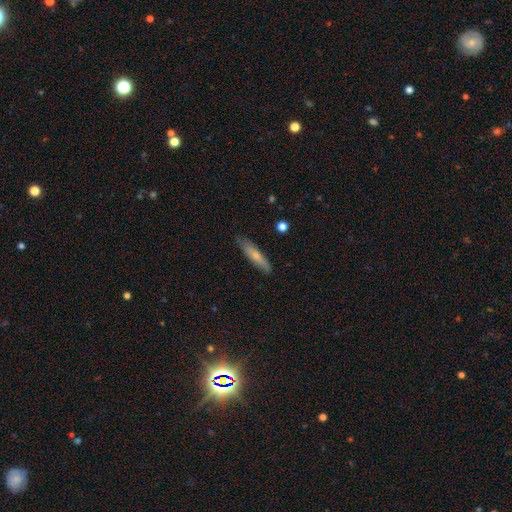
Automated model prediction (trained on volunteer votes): This is likely a smooth galaxy (62%). How rounded: clearly cigar-shaped (83%). Merging: clearly none (81%).